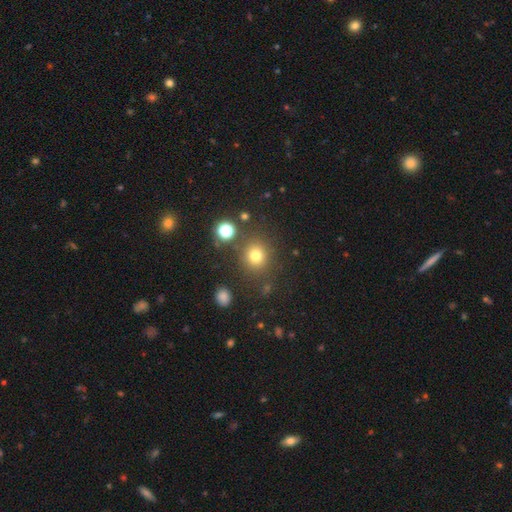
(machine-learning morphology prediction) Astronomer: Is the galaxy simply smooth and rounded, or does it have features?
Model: smooth — 75%.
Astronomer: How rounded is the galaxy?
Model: round — 85%.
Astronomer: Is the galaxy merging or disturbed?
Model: none — 81%.